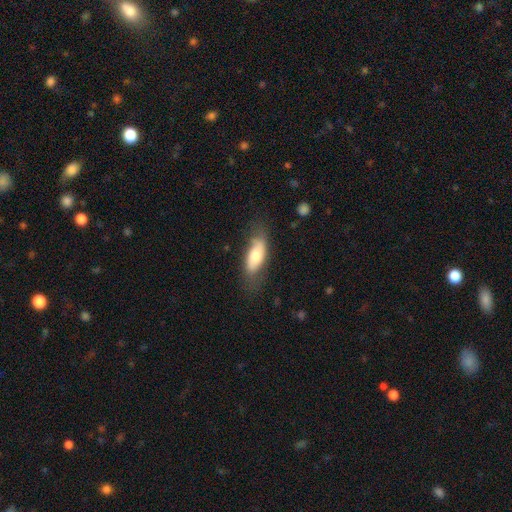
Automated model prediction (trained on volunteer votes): smooth_or_featured: smooth (p=0.65) [alt: featured or disk p=0.29]
how_rounded: in between (p=0.77) [alt: cigar-shaped p=0.20]
merging: none (p=0.63) [alt: minor disturbance p=0.25]